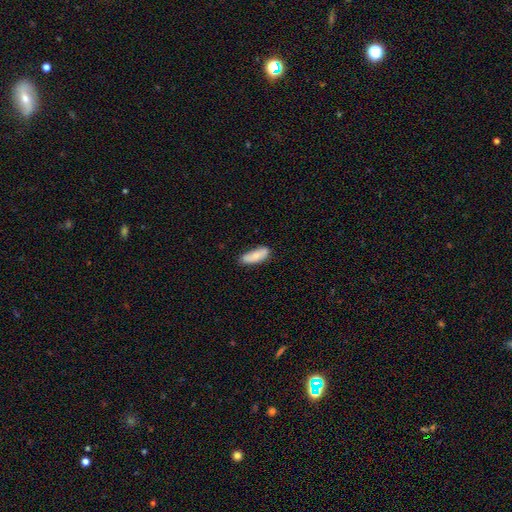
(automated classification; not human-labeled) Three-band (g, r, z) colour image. It shows a smooth galaxy with no disk features (80%) that is in between round and cigar-shaped (68%). Merging: none (74%).